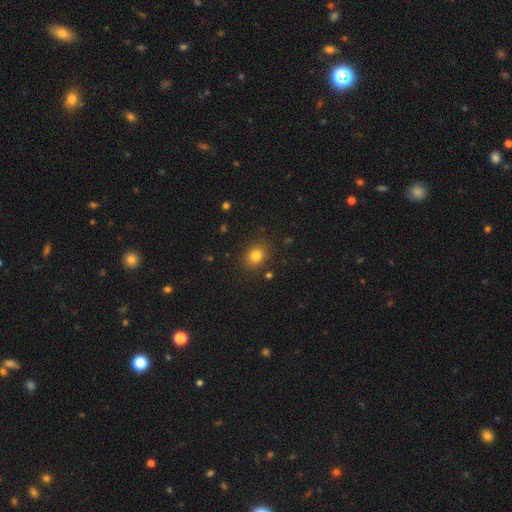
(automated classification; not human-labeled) This is clearly a smooth galaxy (80%). How rounded: likely round (68%). Merging: clearly none (87%).